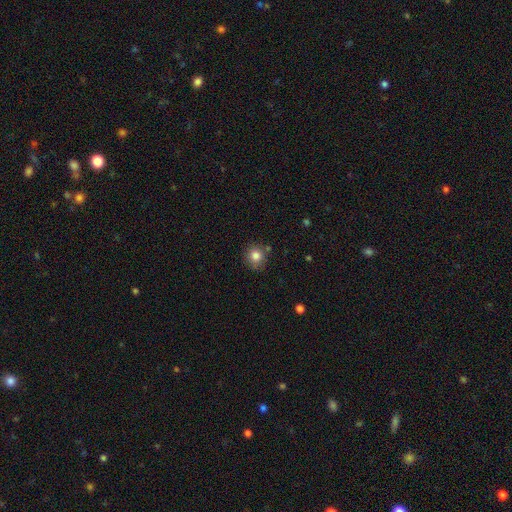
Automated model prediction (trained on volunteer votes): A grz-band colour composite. It shows a smooth galaxy with no disk features (82%) that is round (87%). Merging: none (79%).